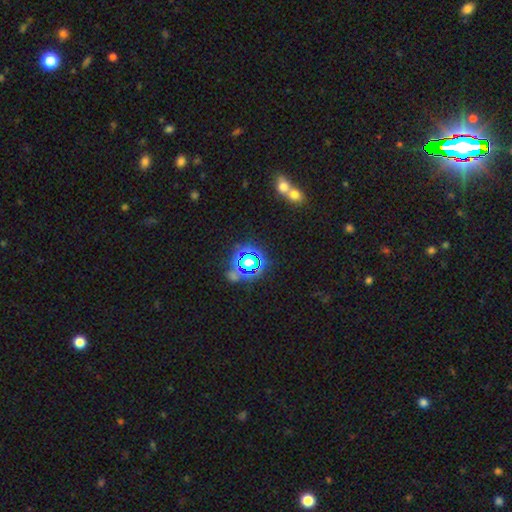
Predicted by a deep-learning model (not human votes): Smooth or featured: star or artifact — 67% (smooth — 23%)